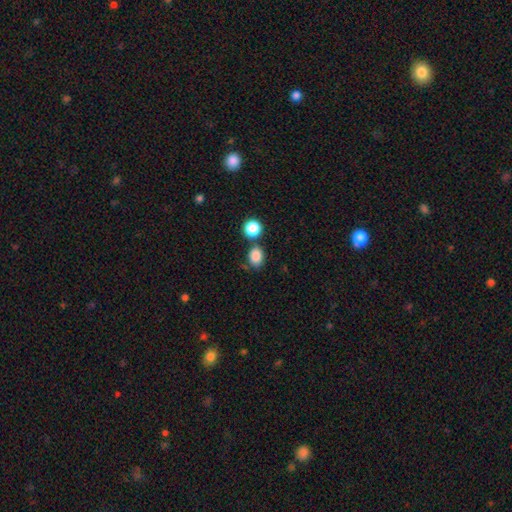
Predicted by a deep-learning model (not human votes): smooth 85%, star or artifact 11%, featured or disk 5%. Down the decision tree: how rounded — in between (57%); merging — none (66%).